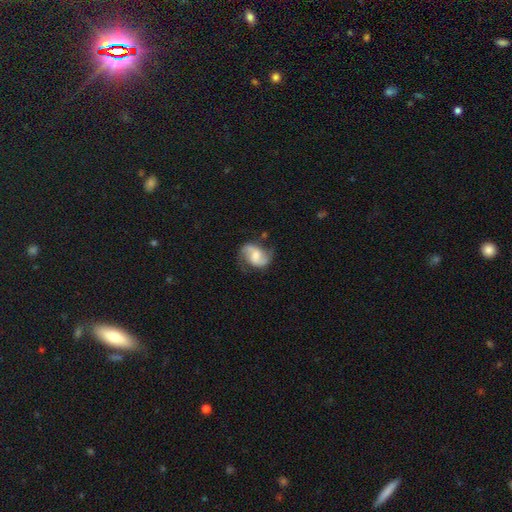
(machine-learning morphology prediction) Overall: featured or disk (77%). Edge-on disk: no (98%). Bar: weak (47%; no 35%). Spiral arms: yes (94%). Spiral arm count: 2 (90%). Spiral winding: medium (44%; loose 43%). Bulge size: moderate (39%; small 26%). Merging: none (65%).